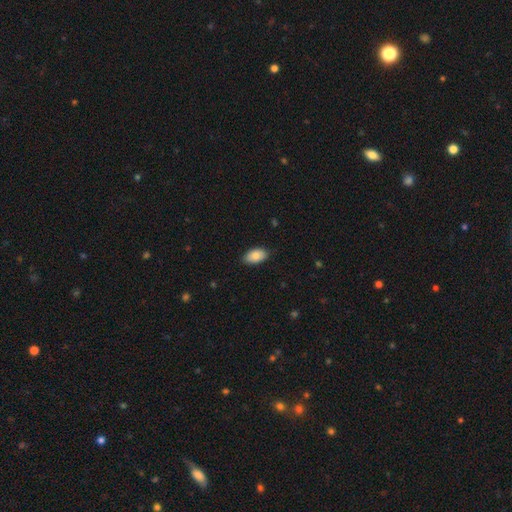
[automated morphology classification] The model was most divided on "smooth or featured": smooth: 81%, featured or disk: 12%, star or artifact: 7%. More confident: how rounded — in between (94%); merging — none (84%).